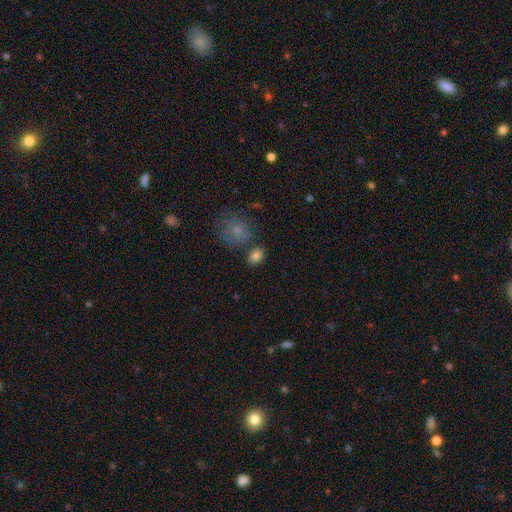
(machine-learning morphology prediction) Overall: smooth (83%). How rounded: in between (70%). Merging: none (73%).